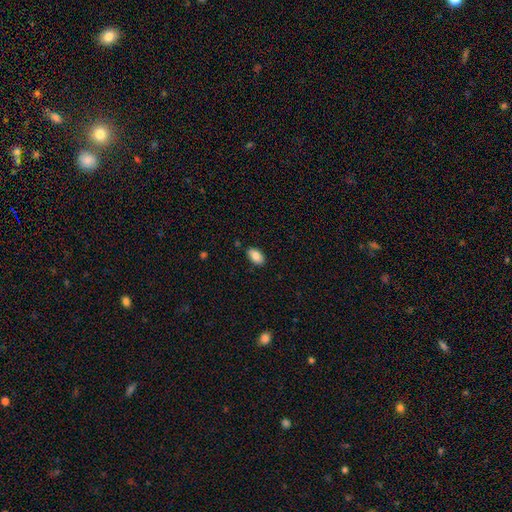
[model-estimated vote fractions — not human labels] Smooth or featured?
  - smooth: 84% *
  - featured or disk: 8%
  - star or artifact: 7%
How rounded?
  - in between: 93% *
  - round: 5%
  - cigar-shaped: 2%
Merging?
  - none: 85% *
  - minor disturbance: 11%
  - major disturbance: 2%
  - merger: 2%